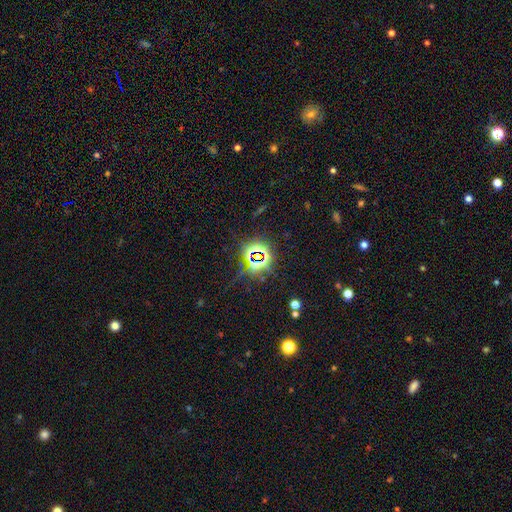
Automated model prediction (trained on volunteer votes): This appears to be a star or artifact, not a galaxy (77%).